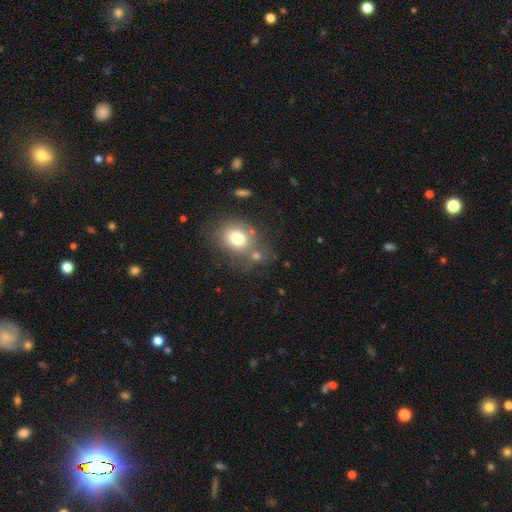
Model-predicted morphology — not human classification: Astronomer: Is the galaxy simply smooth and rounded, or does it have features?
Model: smooth — 73%.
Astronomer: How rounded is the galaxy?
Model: round — 61% (runner-up: in between, 38%).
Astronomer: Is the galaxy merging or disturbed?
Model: none — 66%.